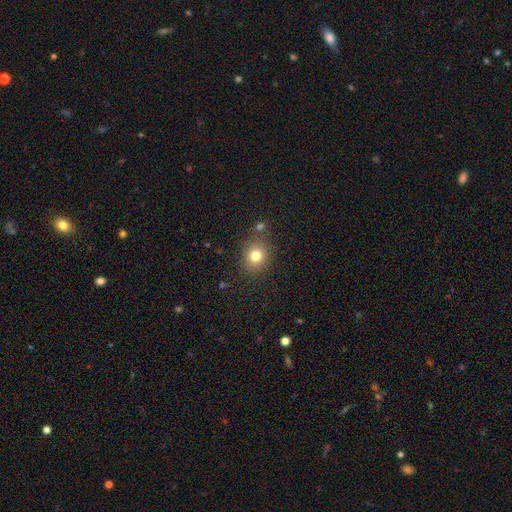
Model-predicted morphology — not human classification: Overall: smooth (79%). How rounded: round (71%). Merging: none (81%).